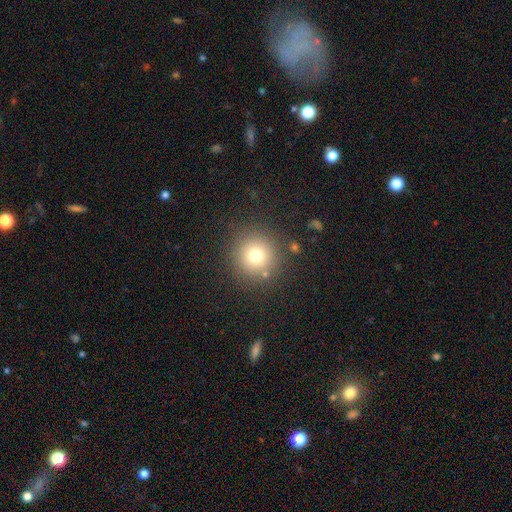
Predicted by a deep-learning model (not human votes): smooth_or_featured: smooth (p=0.74) [alt: star or artifact p=0.15]
how_rounded: round (p=0.95) [alt: in between p=0.04]
merging: none (p=0.85) [alt: minor disturbance p=0.08]